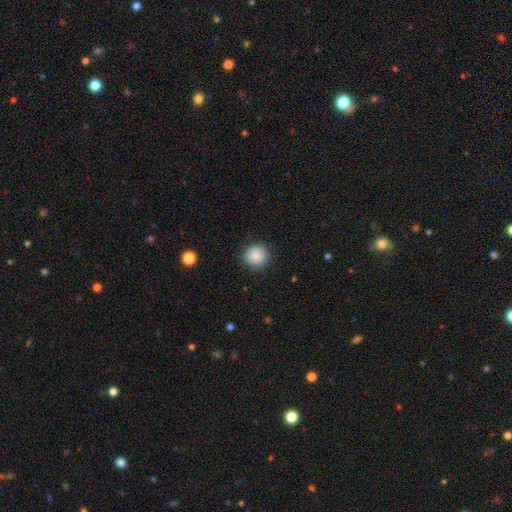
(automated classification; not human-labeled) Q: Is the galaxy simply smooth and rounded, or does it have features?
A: smooth — 87%.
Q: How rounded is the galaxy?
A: round — 92%.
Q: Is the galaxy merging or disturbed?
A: none — 87%.